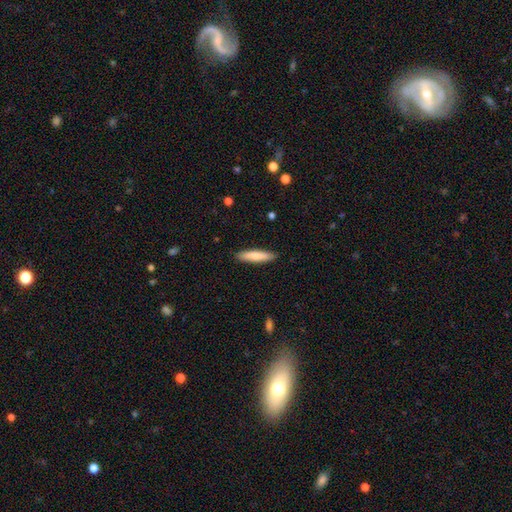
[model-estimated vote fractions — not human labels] This appears to be a smooth galaxy with no disk features (78%) that is cigar-shaped (83%). Merging: none (90%).